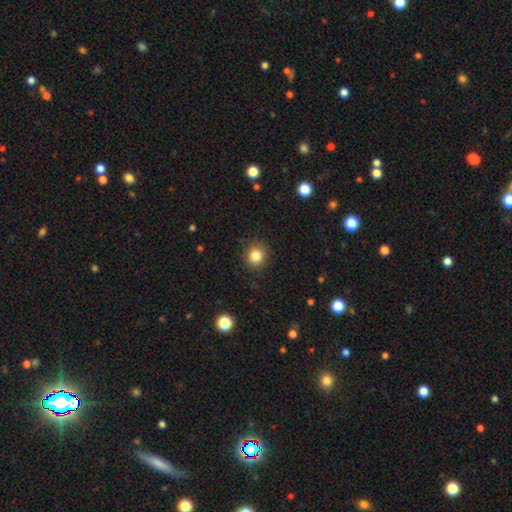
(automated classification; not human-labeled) Morphology: type=smooth (83%); roundness=round (82%); merging=none (89%).